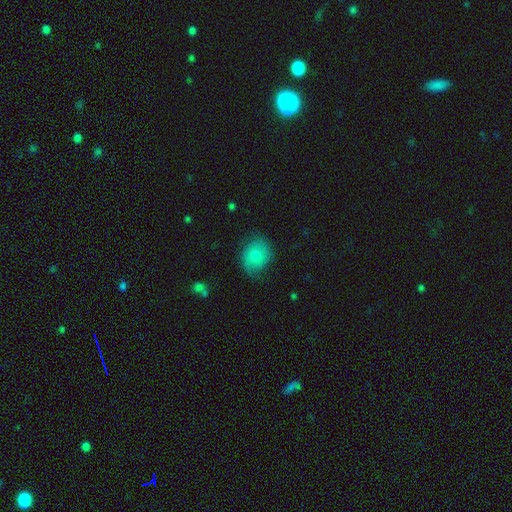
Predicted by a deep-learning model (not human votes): A smooth galaxy with no disk features (67%) that is round (60%).

Vote fractions:
- Smooth or featured? smooth: 67% / featured or disk: 25% / star or artifact: 8%
- How rounded? round: 60% / in between: 39% / cigar-shaped: 1%
- Merging? none: 65% / minor disturbance: 25% / major disturbance: 8% / merger: 1%